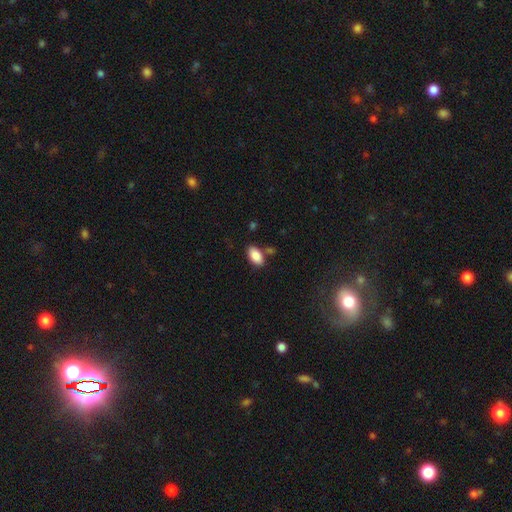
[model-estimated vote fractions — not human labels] Smooth or featured?
  - smooth: 88% *
  - star or artifact: 7%
  - featured or disk: 5%
How rounded?
  - in between: 94% *
  - round: 3%
  - cigar-shaped: 3%
Merging?
  - none: 75% *
  - minor disturbance: 13%
  - merger: 8%
  - major disturbance: 3%